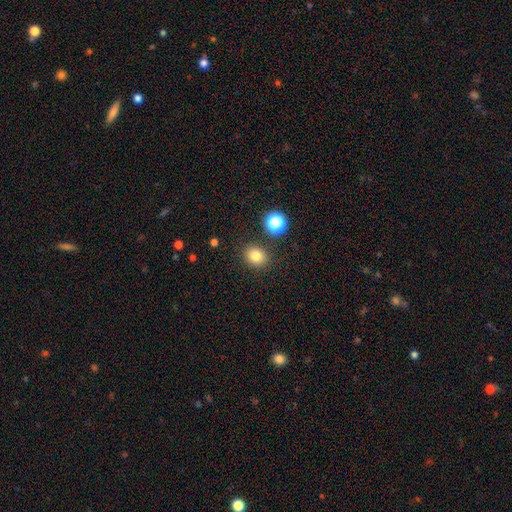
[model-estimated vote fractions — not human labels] Smooth or featured?
  - smooth: 80% *
  - star or artifact: 14%
  - featured or disk: 6%
How rounded?
  - round: 66% *
  - in between: 33%
  - cigar-shaped: 1%
Merging?
  - none: 86% *
  - minor disturbance: 8%
  - merger: 3%
  - major disturbance: 3%